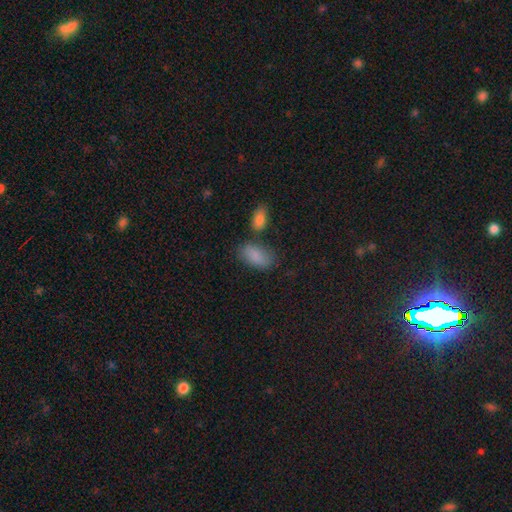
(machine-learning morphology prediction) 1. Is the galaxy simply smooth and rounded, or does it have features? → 87% smooth, 7% star or artifact, 6% featured or disk.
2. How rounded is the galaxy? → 93% in between, 4% round, 3% cigar-shaped.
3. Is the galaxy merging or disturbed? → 63% none, 18% minor disturbance, 13% merger, 6% major disturbance.